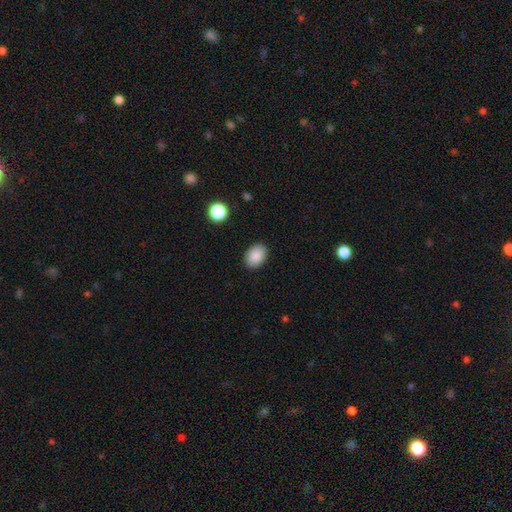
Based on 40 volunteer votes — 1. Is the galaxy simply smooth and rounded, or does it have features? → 90% smooth, 5% featured or disk, 5% star or artifact.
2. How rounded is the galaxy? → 78% in between, 22% round, 0% cigar-shaped.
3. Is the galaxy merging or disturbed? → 92% none, 5% minor disturbance, 3% major disturbance, 0% merger.